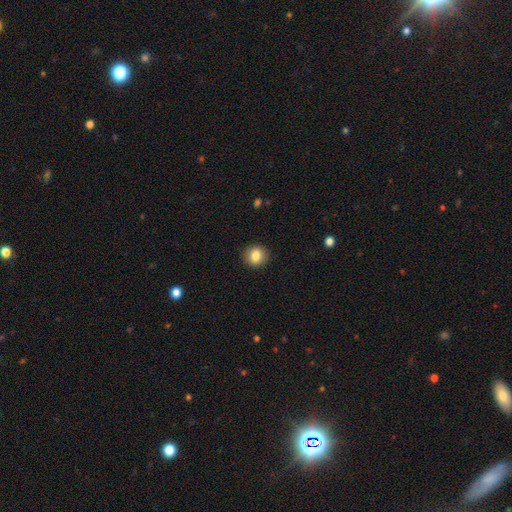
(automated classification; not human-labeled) smooth-or-featured: smooth: 84% | star or artifact: 9% | featured or disk: 7%
  how-rounded: round: 83% | in between: 16% | cigar-shaped: 1%
  merging: none: 91% | minor disturbance: 6% | major disturbance: 2% | merger: 1%